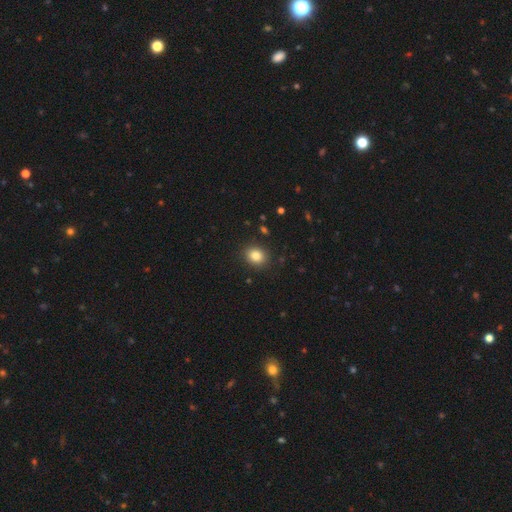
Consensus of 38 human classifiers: A smooth galaxy with no disk features (97%) that is round (59%). Merging: none (95%).